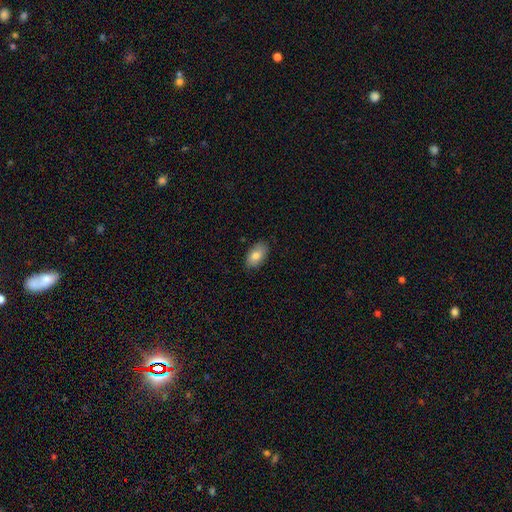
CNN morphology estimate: Smooth or featured?
  - smooth: 80% *
  - featured or disk: 13%
  - star or artifact: 7%
How rounded?
  - in between: 93% *
  - round: 6%
  - cigar-shaped: 2%
Merging?
  - none: 86% *
  - minor disturbance: 11%
  - major disturbance: 2%
  - merger: 1%